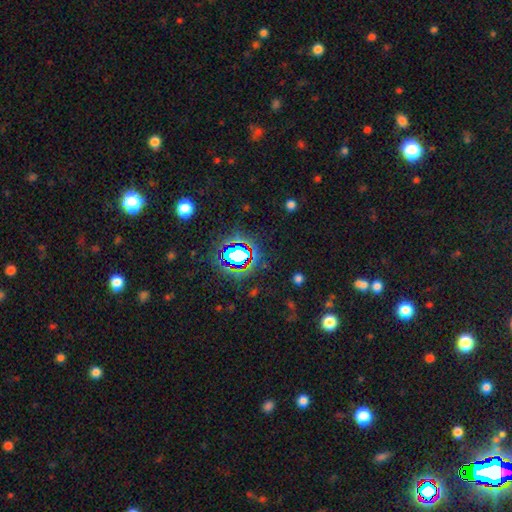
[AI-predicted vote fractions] smooth_or_featured: star or artifact (p=0.78) [alt: smooth p=0.14]